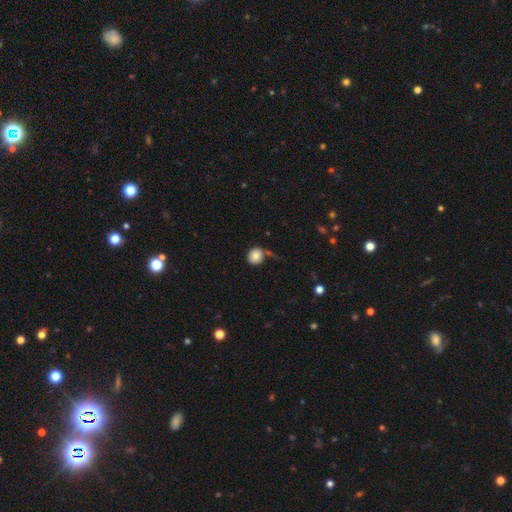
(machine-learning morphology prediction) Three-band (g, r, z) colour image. It shows a smooth galaxy with no disk features (85%) that is round (80%). Merging: none (68%).